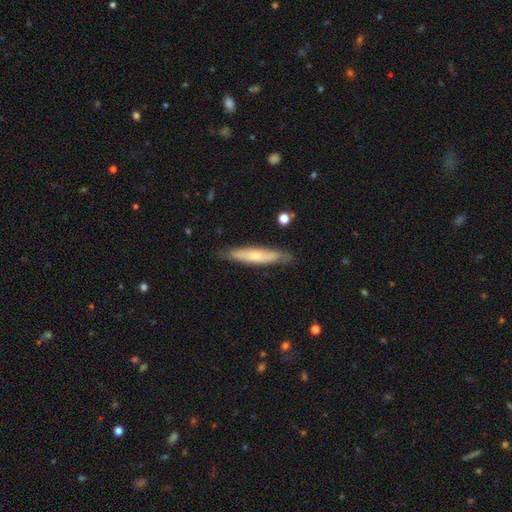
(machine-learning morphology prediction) The model was most divided on "smooth or featured": smooth: 49%, featured or disk: 45%, star or artifact: 6%. More confident: merging — none (81%).